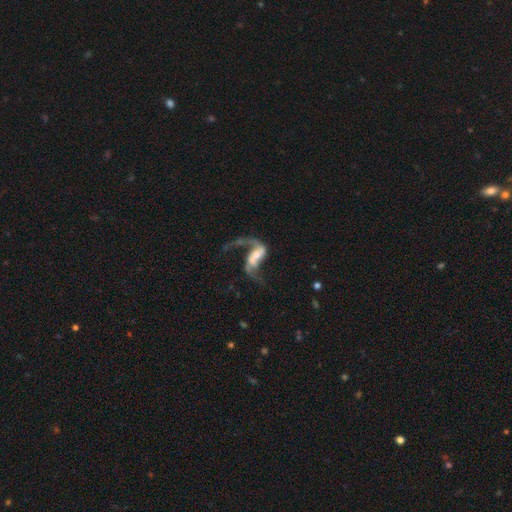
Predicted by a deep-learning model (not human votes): A featured or disk galaxy (83%) with a weak bar (38%), 2 (82%) loose (84%) spiral arms (90%) and a moderate central bulge (46%).

Vote fractions:
- Smooth or featured? featured or disk: 83% / smooth: 10% / star or artifact: 7%
- Edge-on disk? no: 96% / yes: 4%
- Bar? weak: 38% / no: 34% / strong: 28%
- Spiral arms? yes: 90% / no: 10%
- Spiral winding? loose: 84% / medium: 13% / tight: 3%
- Spiral arm count? 2: 82% / 1: 12% / can't tell: 3% / 3: 2% / 4: 1% / more than 4: 1%
- Bulge size? moderate: 46% / small: 32% / large: 11% / none: 9% / dominant: 2%
- Merging? none: 38% / major disturbance: 28% / merger: 22% / minor disturbance: 12%